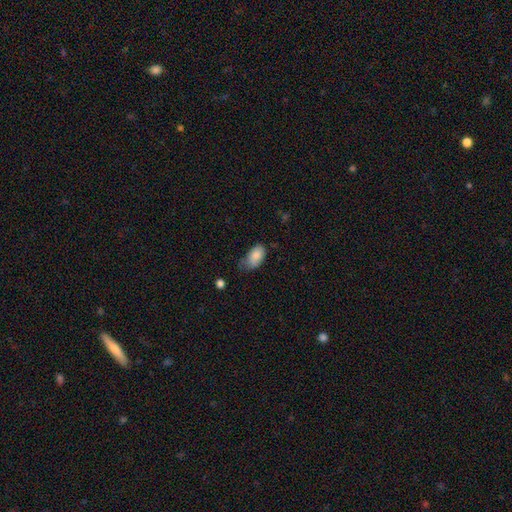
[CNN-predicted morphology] Smooth or featured?
  - smooth: 86% *
  - star or artifact: 8%
  - featured or disk: 7%
How rounded?
  - in between: 93% *
  - round: 5%
  - cigar-shaped: 2%
Merging?
  - none: 44% *
  - minor disturbance: 41%
  - major disturbance: 13%
  - merger: 2%